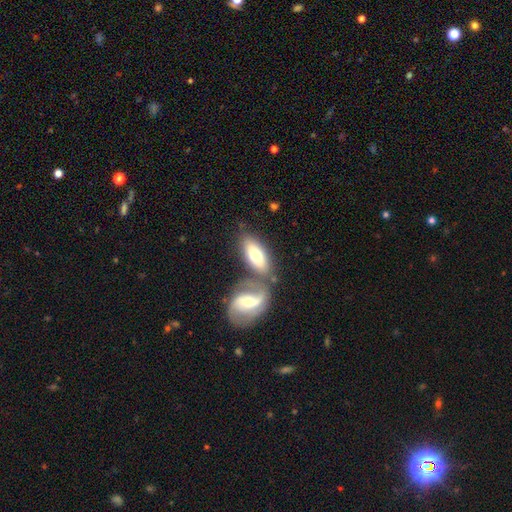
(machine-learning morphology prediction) This appears to be a smooth galaxy with no disk features (65%) that is in between round and cigar-shaped (82%). Merging: none (48%).